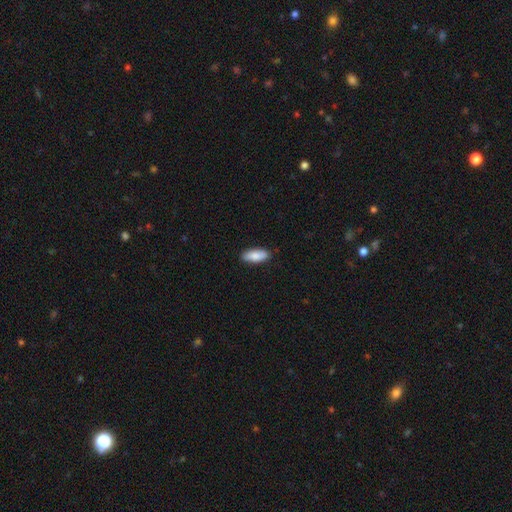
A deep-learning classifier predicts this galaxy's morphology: smooth_or_featured: smooth (p=0.86) [alt: featured or disk p=0.09]
how_rounded: in between (p=0.80) [alt: cigar-shaped p=0.18]
merging: none (p=0.88) [alt: minor disturbance p=0.10]